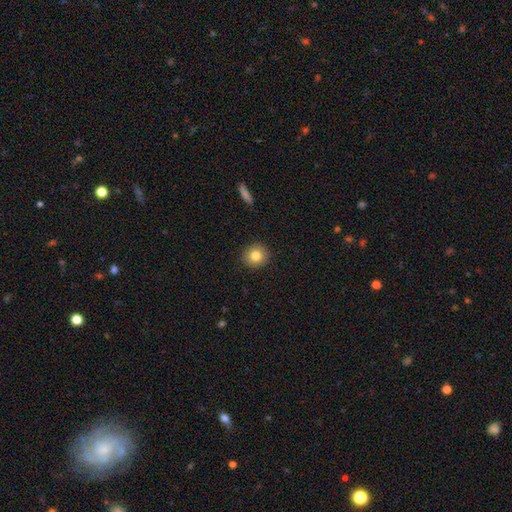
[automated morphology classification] The model was most divided on "smooth or featured": smooth: 80%, featured or disk: 10%, star or artifact: 10%. More confident: merging — none (91%); how rounded — round (89%).